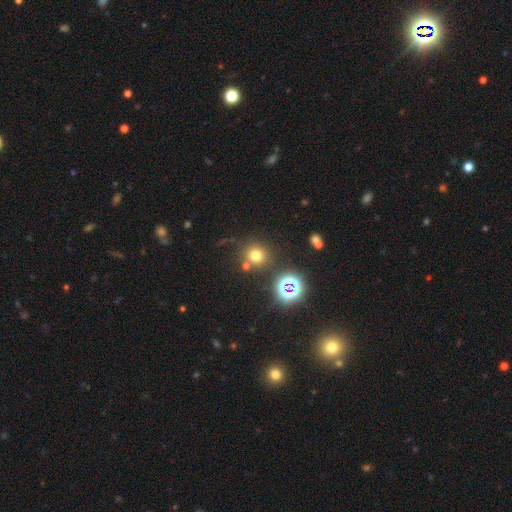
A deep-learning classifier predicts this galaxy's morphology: smooth-or-featured: smooth: 68% | star or artifact: 24% | featured or disk: 8%
  how-rounded: round: 90% | in between: 9% | cigar-shaped: 1%
  merging: none: 75% | merger: 11% | minor disturbance: 9% | major disturbance: 5%